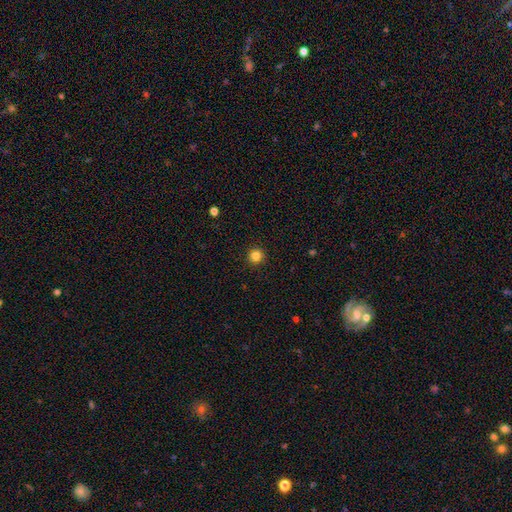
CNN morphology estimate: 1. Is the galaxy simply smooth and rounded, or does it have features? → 83% smooth, 13% star or artifact, 4% featured or disk.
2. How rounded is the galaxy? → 96% round, 3% in between, 1% cigar-shaped.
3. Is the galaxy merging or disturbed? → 93% none, 4% minor disturbance, 2% major disturbance, 1% merger.